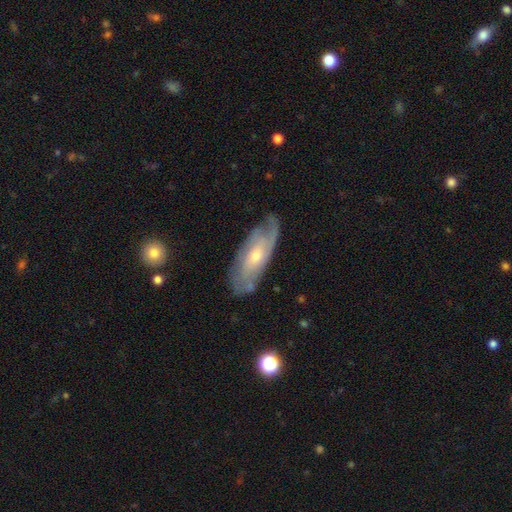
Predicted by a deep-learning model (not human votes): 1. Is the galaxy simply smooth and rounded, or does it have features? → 70% featured or disk, 24% smooth, 6% star or artifact.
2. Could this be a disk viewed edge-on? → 84% no, 16% yes.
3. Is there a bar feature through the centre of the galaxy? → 69% no, 26% weak, 5% strong.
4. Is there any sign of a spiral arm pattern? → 86% yes, 14% no.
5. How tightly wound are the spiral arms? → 51% tight, 35% medium, 15% loose.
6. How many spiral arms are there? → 48% can't tell, 32% 2, 8% 3, 6% 1, 4% 4, 3% more than 4.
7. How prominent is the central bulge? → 56% small, 40% moderate, 2% large, 1% none, 1% dominant.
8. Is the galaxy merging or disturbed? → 71% none, 21% minor disturbance, 6% major disturbance, 2% merger.